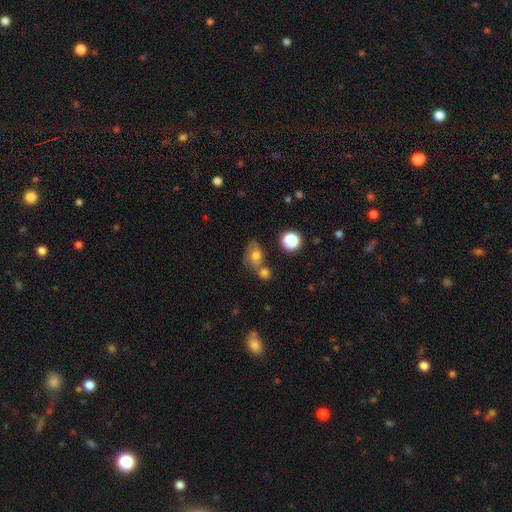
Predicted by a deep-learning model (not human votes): Overall: smooth (66%). How rounded: in between (67%; round 31%). Merging: none (44%; merger 30%).